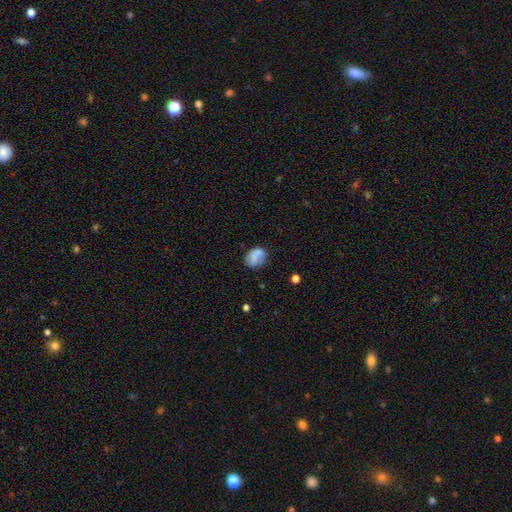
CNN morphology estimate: Overall: smooth (71%). How rounded: in between (56%; round 43%). Merging: none (63%; minor disturbance 24%).